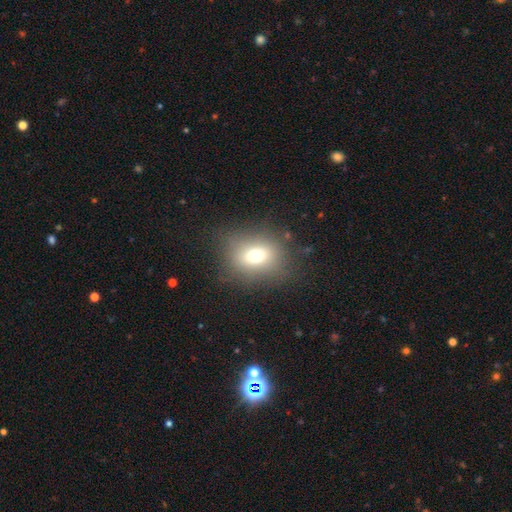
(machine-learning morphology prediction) Smooth or featured? Predicted: smooth (p=0.68). How rounded? Predicted: round (p=0.51). Merging? Predicted: none (p=0.79).